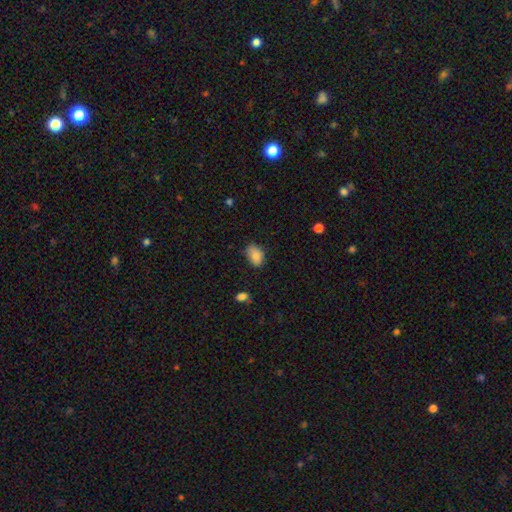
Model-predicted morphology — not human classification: smooth 86%, star or artifact 8%, featured or disk 6%. Down the decision tree: how rounded — in between (85%); merging — none (70%).